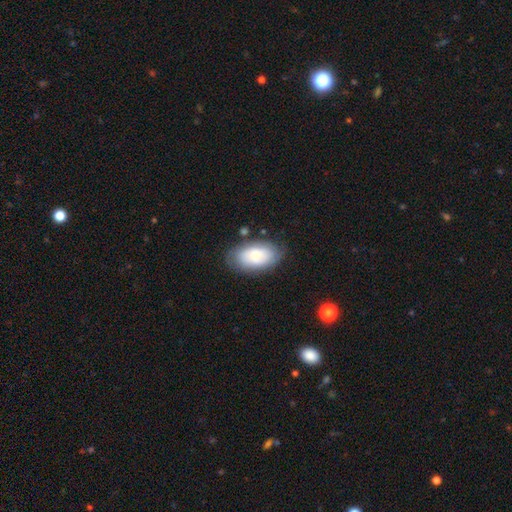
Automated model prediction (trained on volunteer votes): Smooth or featured? smooth (69%)
How rounded? in between (93%)
Merging? none (75%)